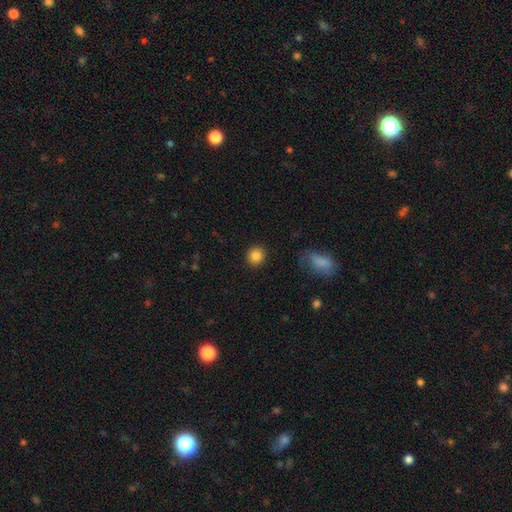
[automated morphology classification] The model was most divided on "smooth or featured": smooth: 86%, star or artifact: 10%, featured or disk: 5%. More confident: merging — none (90%); how rounded — round (89%).